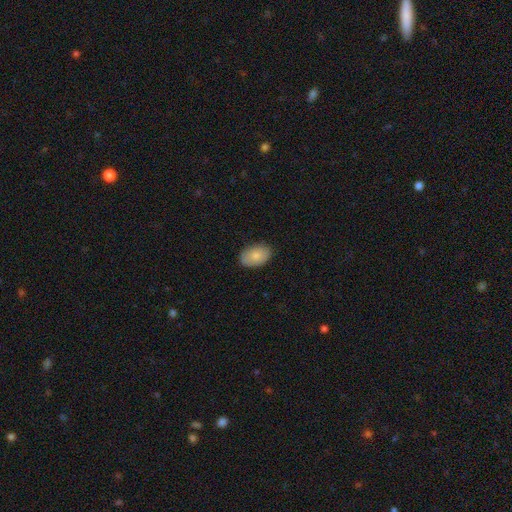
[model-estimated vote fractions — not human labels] smooth 82%, featured or disk 12%, star or artifact 6%. Down the decision tree: how rounded — in between (89%); merging — none (84%).